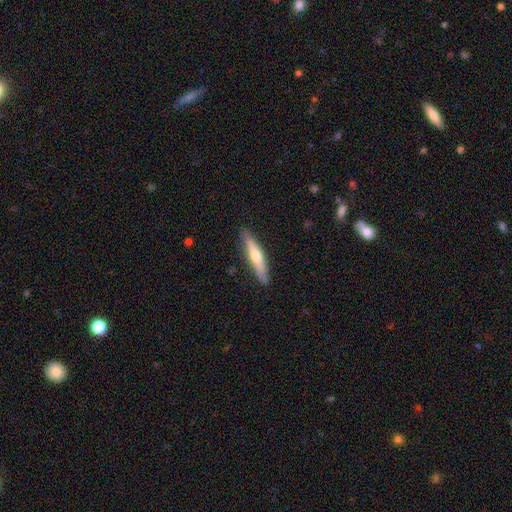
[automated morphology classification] featured or disk 48%, smooth 46%, star or artifact 5%. Down the decision tree: merging — none (88%).